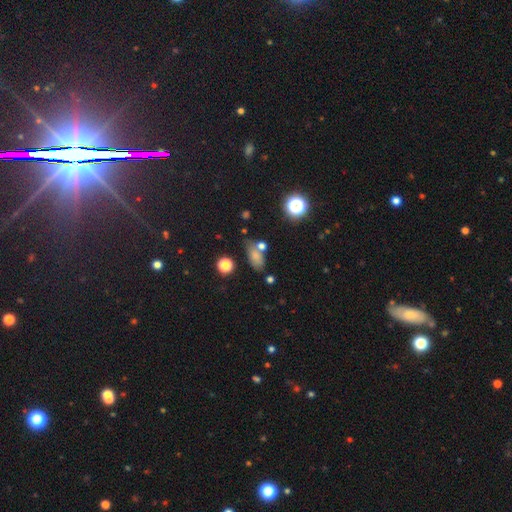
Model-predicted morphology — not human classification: This is likely a smooth galaxy (72%). How rounded: clearly in between (81%). Merging: possibly none (57%).